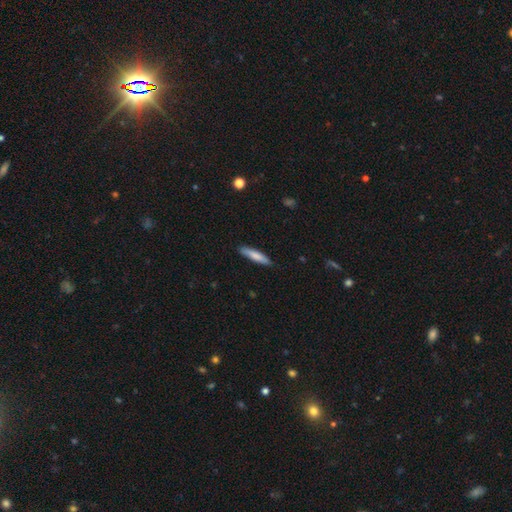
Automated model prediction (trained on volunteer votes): Overall: smooth (77%). How rounded: cigar-shaped (85%). Merging: none (87%).